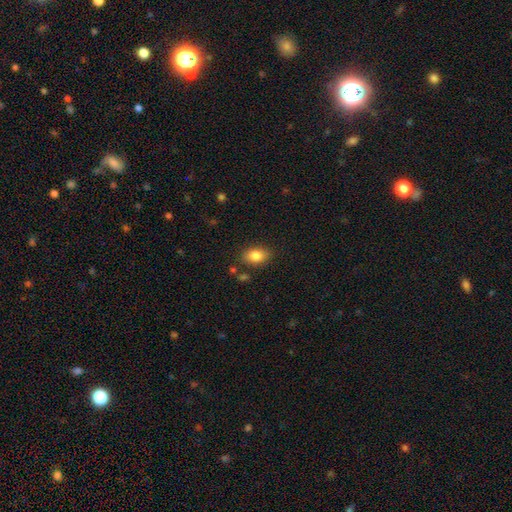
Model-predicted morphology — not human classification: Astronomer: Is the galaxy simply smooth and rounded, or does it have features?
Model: smooth — 84%.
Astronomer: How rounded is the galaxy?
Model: in between — 81%.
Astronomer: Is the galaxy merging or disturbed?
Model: none — 82%.